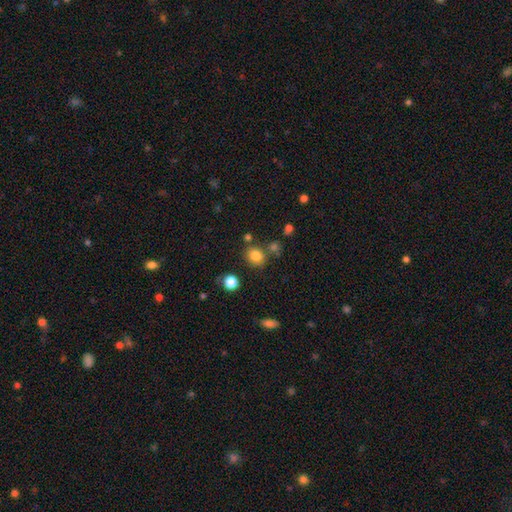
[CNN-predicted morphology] The model was most divided on "how rounded": round: 67%, in between: 32%, cigar-shaped: 1%. More confident: smooth or featured — smooth (82%); merging — none (76%).